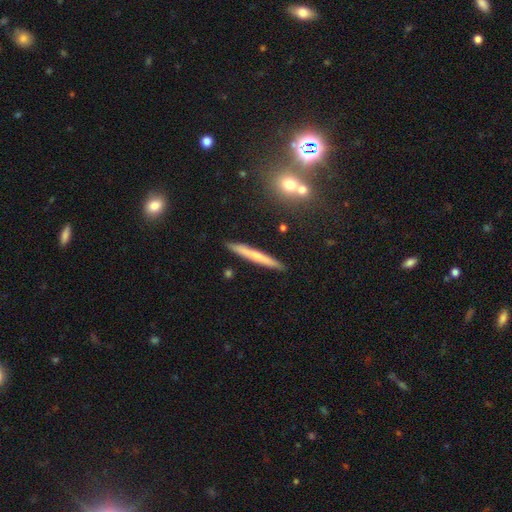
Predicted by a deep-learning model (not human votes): Morphology: type=smooth (54%); roundness=cigar-shaped (96%); merging=none (90%).